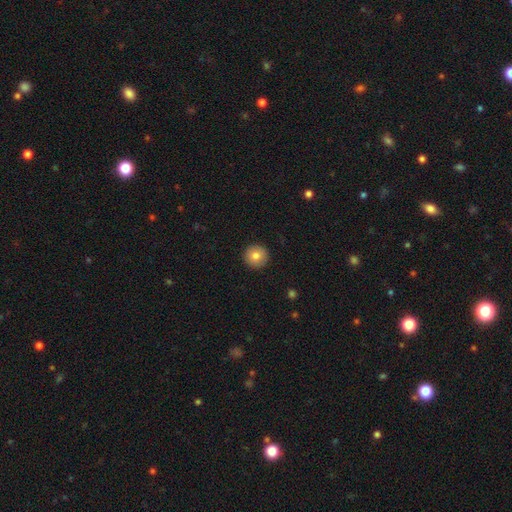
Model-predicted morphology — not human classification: Smooth or featured?
  - smooth: 81% *
  - featured or disk: 10%
  - star or artifact: 9%
How rounded?
  - round: 96% *
  - in between: 3%
  - cigar-shaped: 1%
Merging?
  - none: 93% *
  - minor disturbance: 5%
  - major disturbance: 1%
  - merger: 1%